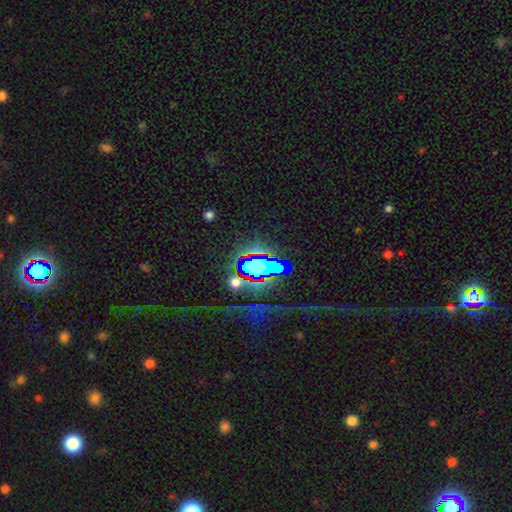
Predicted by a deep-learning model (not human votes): A star or artifact, not a galaxy (67%).

Vote fractions:
- Smooth or featured? star or artifact: 67% / smooth: 17% / featured or disk: 16%